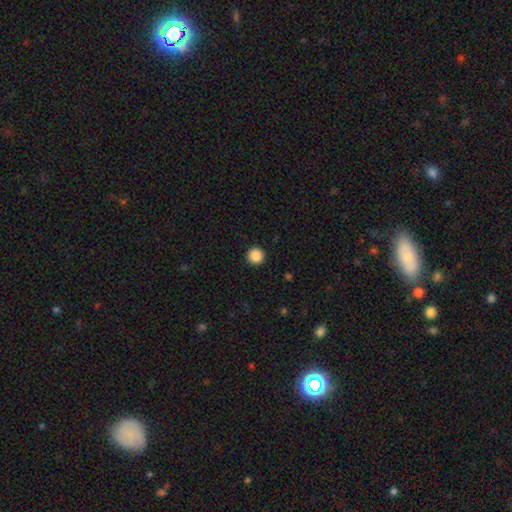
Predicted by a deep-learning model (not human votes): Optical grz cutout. It shows a smooth galaxy with no disk features (88%) that is round (96%). Merging: none (94%).